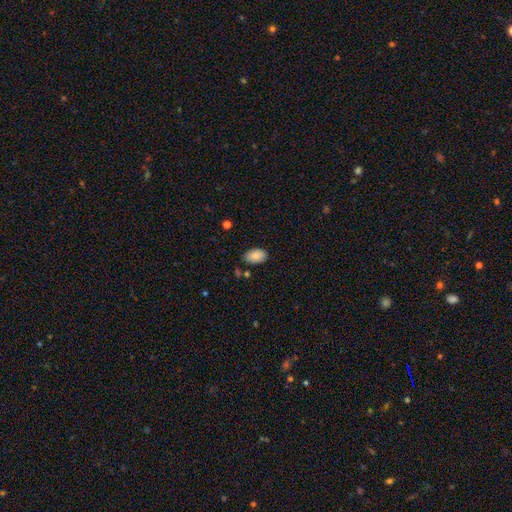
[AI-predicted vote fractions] A smooth galaxy with no disk features (86%) that is in between round and cigar-shaped (93%). Merging: none (79%).